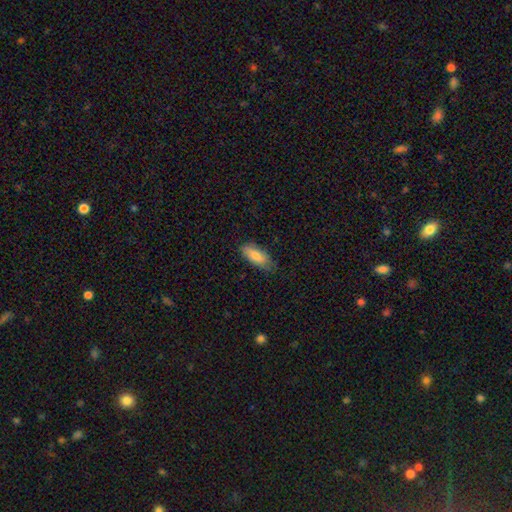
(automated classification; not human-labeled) Smooth or featured? Predicted: smooth (p=0.78). How rounded? Predicted: in between (p=0.81). Merging? Predicted: none (p=0.77).